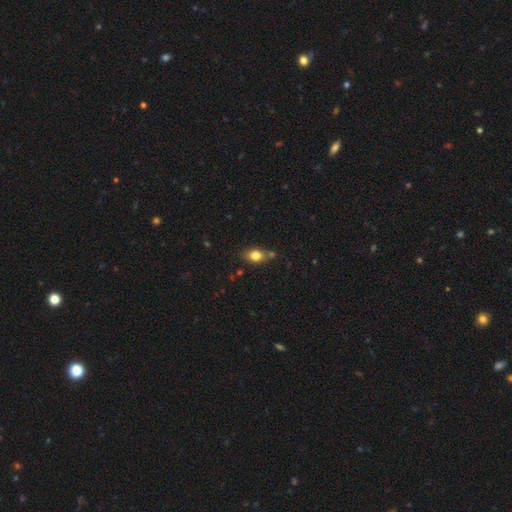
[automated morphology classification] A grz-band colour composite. It shows a smooth galaxy with no disk features (80%) that is in between round and cigar-shaped (74%). Merging: none (70%).